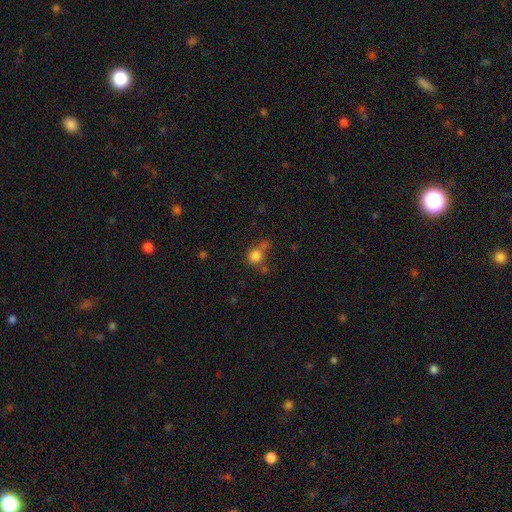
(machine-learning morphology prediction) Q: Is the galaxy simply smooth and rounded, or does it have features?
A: smooth — 80%.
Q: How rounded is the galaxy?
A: round — 84%.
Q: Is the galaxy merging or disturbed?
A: none — 47%.